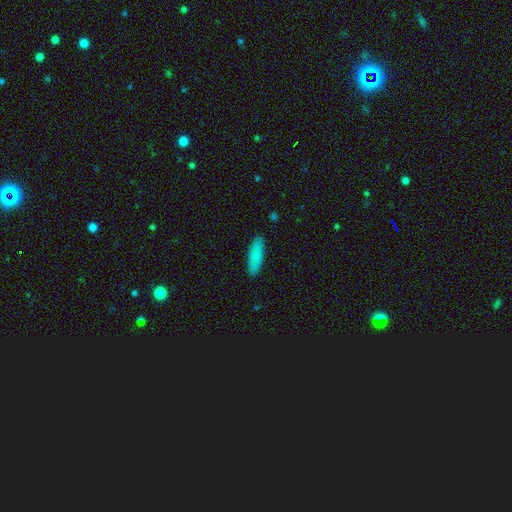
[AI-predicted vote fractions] Smooth or featured?
  - smooth: 84% *
  - featured or disk: 9%
  - star or artifact: 7%
How rounded?
  - cigar-shaped: 54% *
  - in between: 44%
  - round: 2%
Merging?
  - none: 89% *
  - minor disturbance: 9%
  - major disturbance: 2%
  - merger: 1%